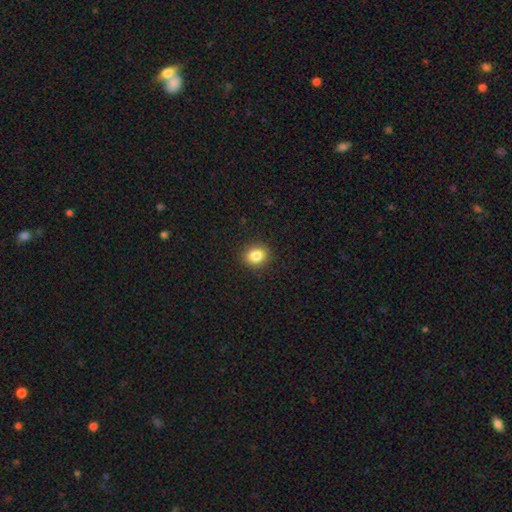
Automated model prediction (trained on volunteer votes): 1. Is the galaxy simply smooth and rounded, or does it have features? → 85% smooth, 10% star or artifact, 5% featured or disk.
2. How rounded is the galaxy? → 59% round, 40% in between, 1% cigar-shaped.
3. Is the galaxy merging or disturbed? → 90% none, 7% minor disturbance, 2% major disturbance, 1% merger.